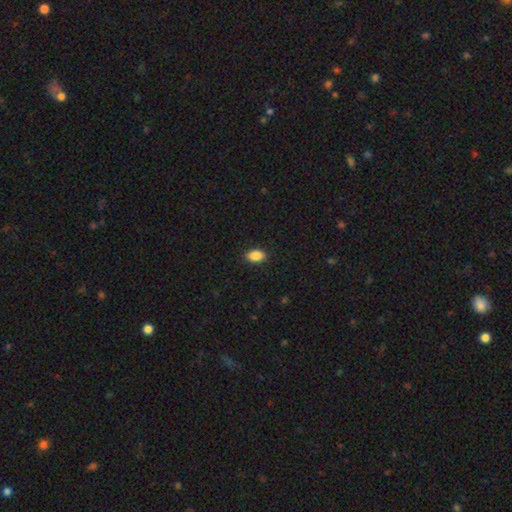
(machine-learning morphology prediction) This is clearly a smooth galaxy (88%). How rounded: clearly in between (89%). Merging: clearly none (89%).